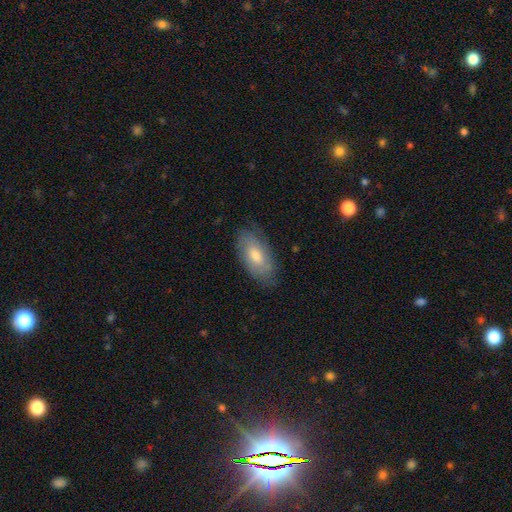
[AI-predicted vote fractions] Smooth or featured? smooth (57%)
How rounded? in between (90%)
Merging? none (78%)